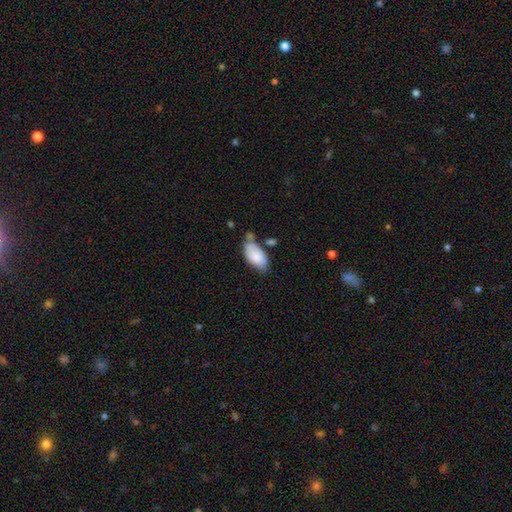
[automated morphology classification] A smooth galaxy with no disk features (82%) that is in between round and cigar-shaped (95%). Merging: none (49%).